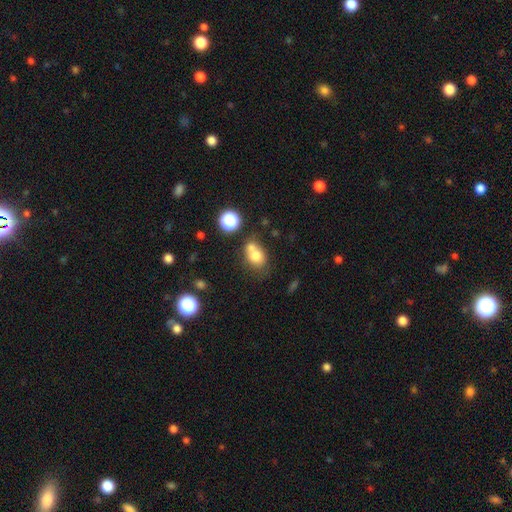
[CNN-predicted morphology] type=smooth (74%); roundness=round (53%); merging=merger (48%).